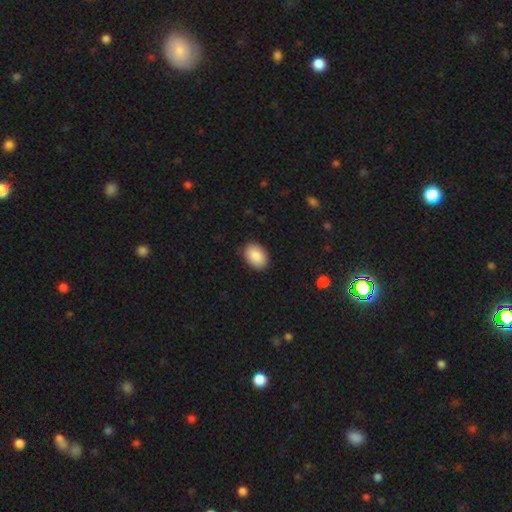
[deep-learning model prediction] Overall: smooth (89%). How rounded: in between (83%). Merging: none (88%).